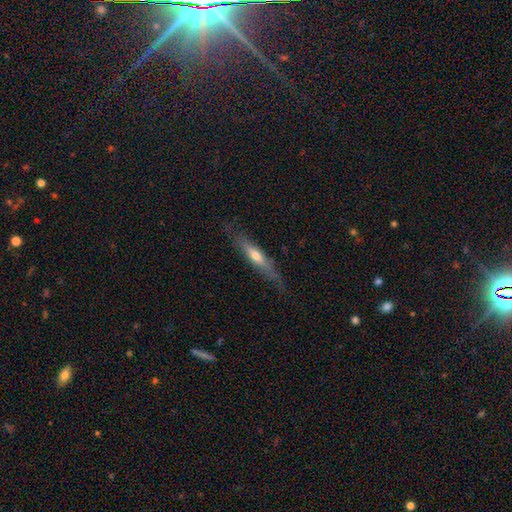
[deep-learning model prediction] Smooth or featured? Predicted: featured or disk (p=0.57). Edge-on disk? Predicted: yes (p=0.86). Merging? Predicted: none (p=0.74).